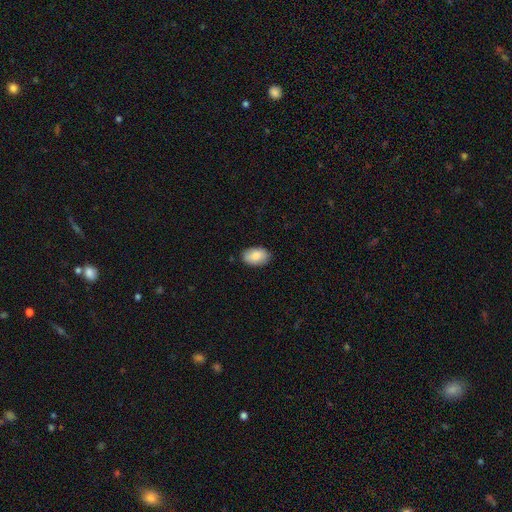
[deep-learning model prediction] smooth-or-featured: smooth: 85% | featured or disk: 9% | star or artifact: 6%
  how-rounded: in between: 90% | round: 9% | cigar-shaped: 1%
  merging: none: 85% | minor disturbance: 12% | major disturbance: 2% | merger: 1%